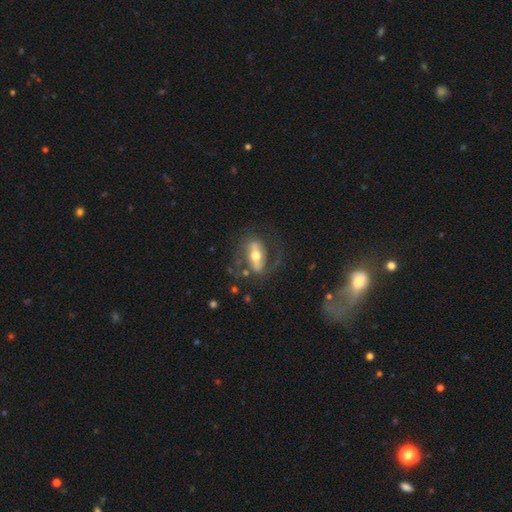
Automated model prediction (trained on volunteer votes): featured or disk 75%, smooth 19%, star or artifact 6%. Down the decision tree: edge-on disk — no (89%); bar — strong (58%); spiral arms — yes (69%); bulge size — moderate (70%); merging — none (61%).